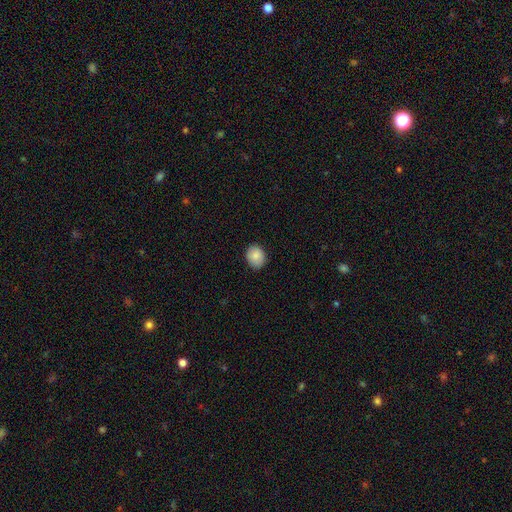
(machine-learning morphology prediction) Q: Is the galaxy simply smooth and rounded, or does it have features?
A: smooth — 87%.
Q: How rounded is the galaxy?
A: round — 55%.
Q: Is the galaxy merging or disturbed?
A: none — 87%.